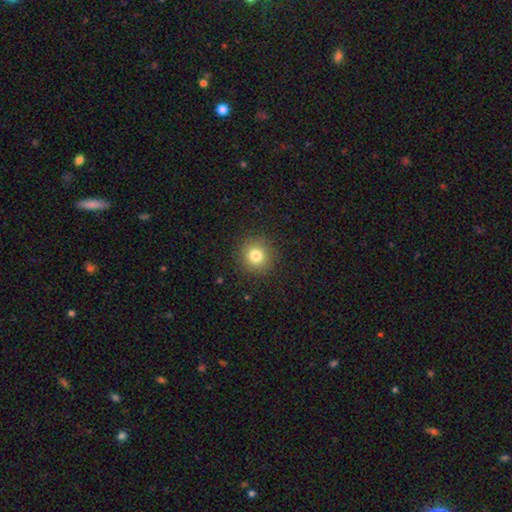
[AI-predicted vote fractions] Overall: smooth (80%). How rounded: round (91%). Merging: none (90%).